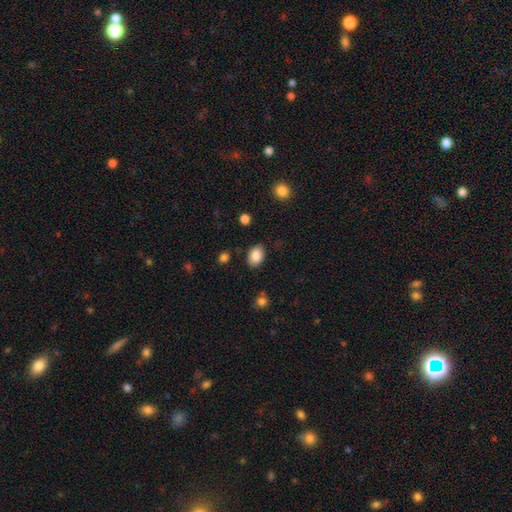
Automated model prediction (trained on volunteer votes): Smooth or featured? smooth (87%)
How rounded? in between (80%)
Merging? none (84%)